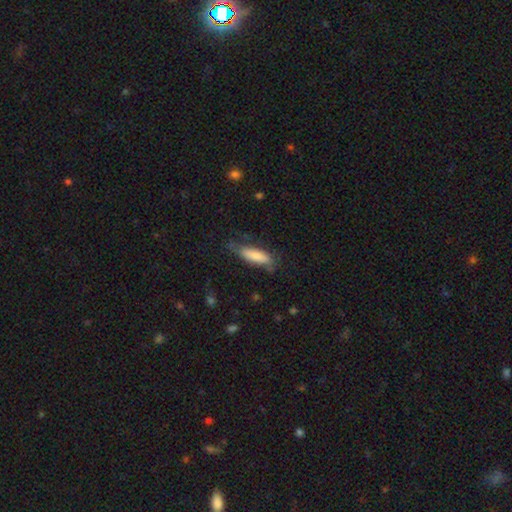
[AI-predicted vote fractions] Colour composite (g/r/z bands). It shows a smooth galaxy with no disk features (77%) that is cigar-shaped (53%). Merging: none (58%).